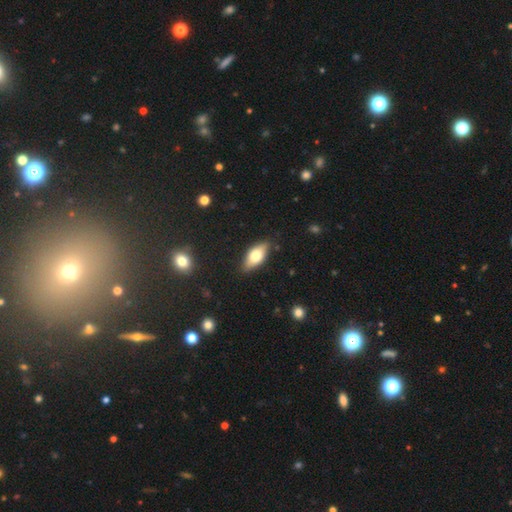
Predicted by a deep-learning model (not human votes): smooth-or-featured: smooth: 69% | featured or disk: 24% | star or artifact: 7%
  how-rounded: in between: 84% | cigar-shaped: 13% | round: 3%
  merging: none: 84% | minor disturbance: 13% | major disturbance: 2% | merger: 1%